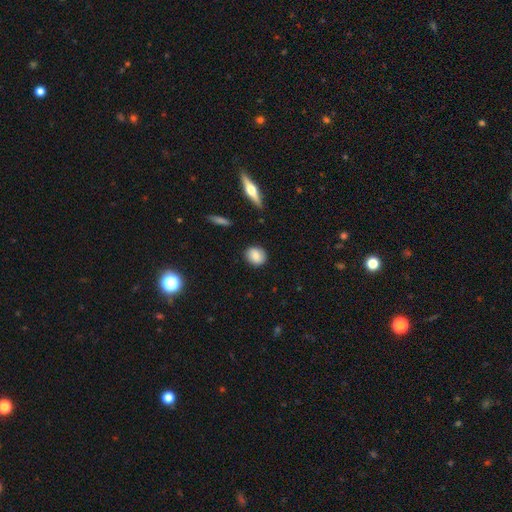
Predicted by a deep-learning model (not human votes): Smooth or featured: smooth — 82% (featured or disk — 10%)
How rounded: round — 64% (in between — 33%)
Merging: none — 88% (minor disturbance — 9%)